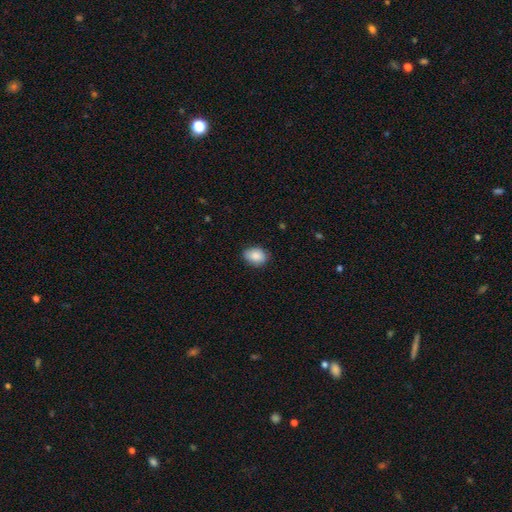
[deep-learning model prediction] Overall: smooth (88%). How rounded: in between (73%). Merging: none (84%).